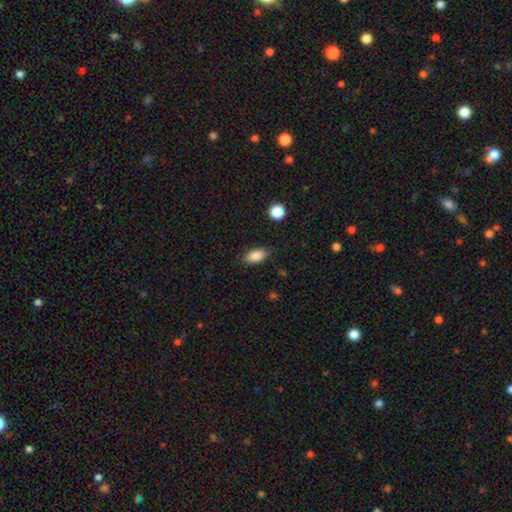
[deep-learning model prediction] Smooth or featured: smooth — 85% (star or artifact — 8%)
How rounded: in between — 89% (cigar-shaped — 6%)
Merging: none — 84% (minor disturbance — 12%)